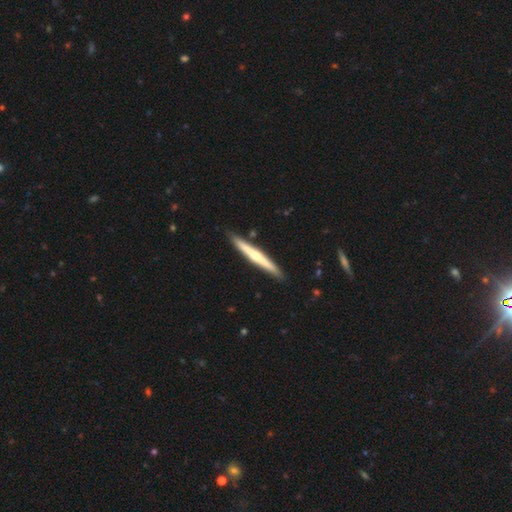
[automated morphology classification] This appears to be a featured or disk galaxy (63%) viewed edge-on (97%) with a rounded central bulge (76%). Merging: none (90%).